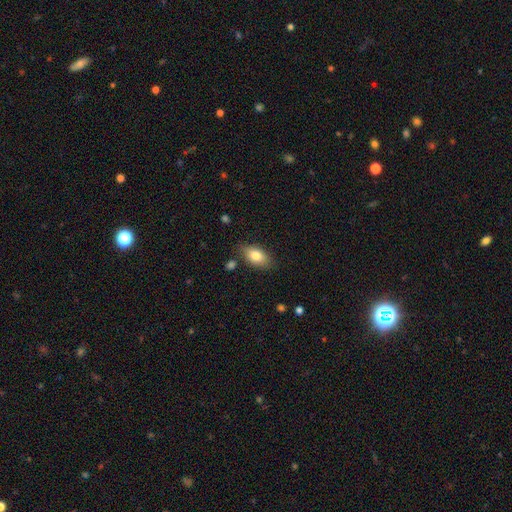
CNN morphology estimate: smooth-or-featured: smooth: 80% | featured or disk: 13% | star or artifact: 7%
  how-rounded: in between: 90% | round: 7% | cigar-shaped: 3%
  merging: none: 79% | minor disturbance: 15% | merger: 3% | major disturbance: 3%